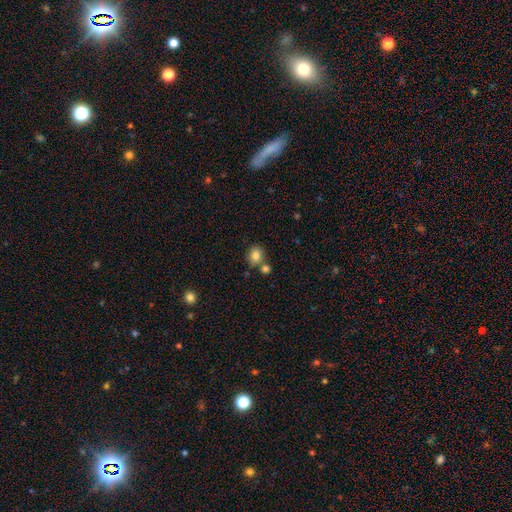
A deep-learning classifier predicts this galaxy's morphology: This is clearly a smooth galaxy (82%). How rounded: likely round (63%). Merging: likely none (63%).